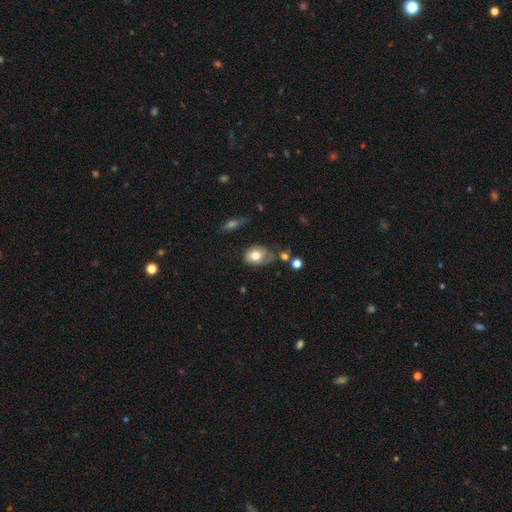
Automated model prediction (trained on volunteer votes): Smooth or featured? Predicted: smooth (p=0.70). How rounded? Predicted: in between (p=0.71). Merging? Predicted: none (p=0.41).